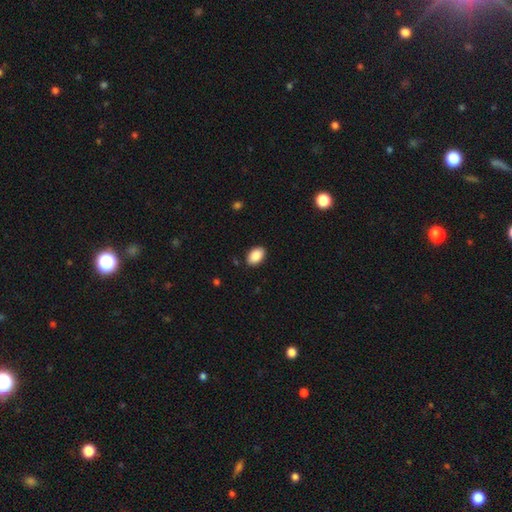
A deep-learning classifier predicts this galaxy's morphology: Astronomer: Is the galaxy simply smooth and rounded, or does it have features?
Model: smooth — 89%.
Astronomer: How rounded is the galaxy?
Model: in between — 90%.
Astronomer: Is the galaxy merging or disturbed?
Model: none — 88%.